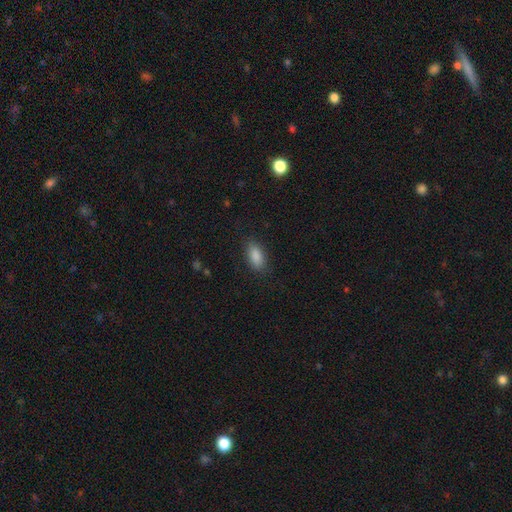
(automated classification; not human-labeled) Overall: smooth (87%). How rounded: in between (88%). Merging: none (86%).